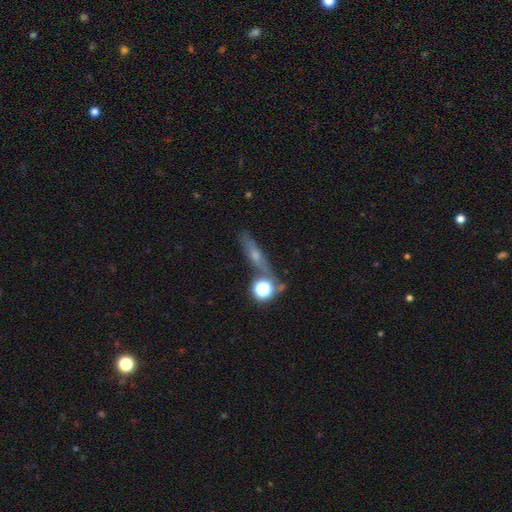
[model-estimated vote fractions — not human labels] featured or disk 42%, smooth 39%, star or artifact 19%. Down the decision tree: merging — none (71%).